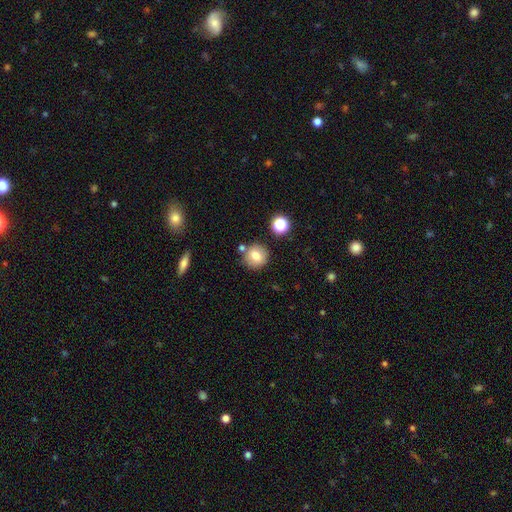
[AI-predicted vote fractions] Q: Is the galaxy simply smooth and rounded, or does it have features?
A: smooth — 77%.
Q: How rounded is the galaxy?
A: round — 89%.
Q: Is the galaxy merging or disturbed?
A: none — 79%.